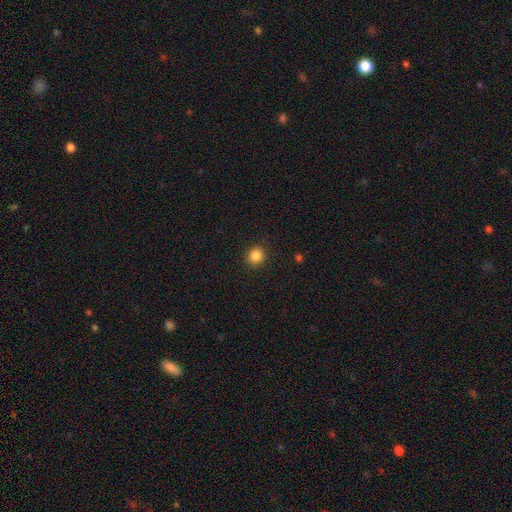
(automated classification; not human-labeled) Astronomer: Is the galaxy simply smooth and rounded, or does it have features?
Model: smooth — 85%.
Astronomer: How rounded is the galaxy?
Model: round — 91%.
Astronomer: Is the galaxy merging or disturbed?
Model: none — 91%.